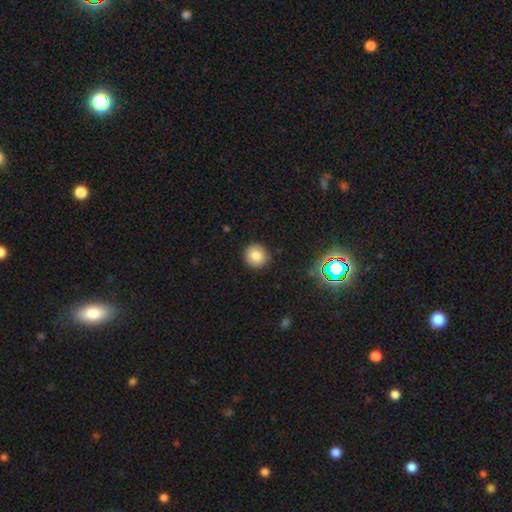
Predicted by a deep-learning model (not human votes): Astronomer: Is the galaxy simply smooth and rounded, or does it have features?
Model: smooth — 81%.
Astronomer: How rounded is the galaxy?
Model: round — 94%.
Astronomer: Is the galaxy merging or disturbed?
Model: none — 90%.